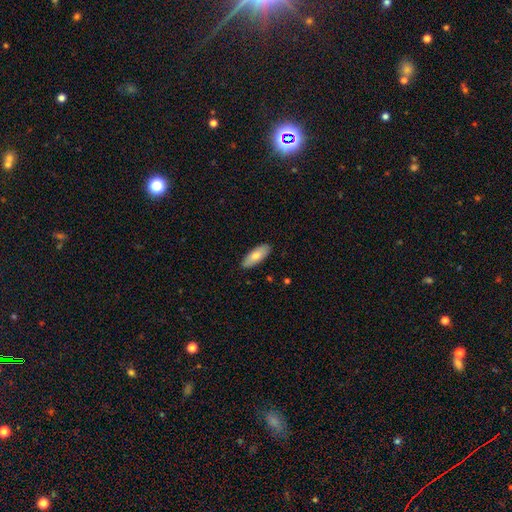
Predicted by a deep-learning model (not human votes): Morphology: type=smooth (74%); roundness=in between (79%); merging=none (88%).